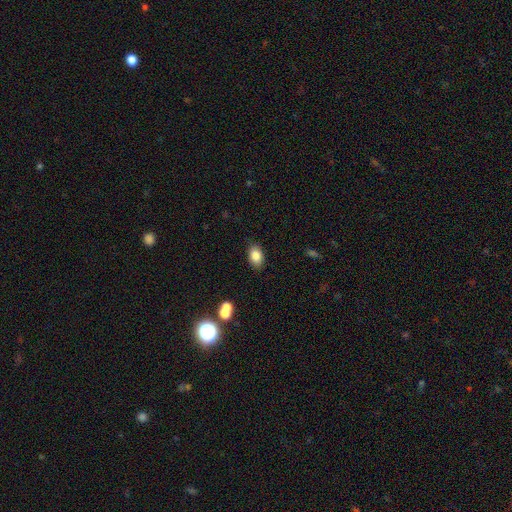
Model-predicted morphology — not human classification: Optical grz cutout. It shows a smooth galaxy with no disk features (83%) that is in between round and cigar-shaped (86%). Merging: none (86%).